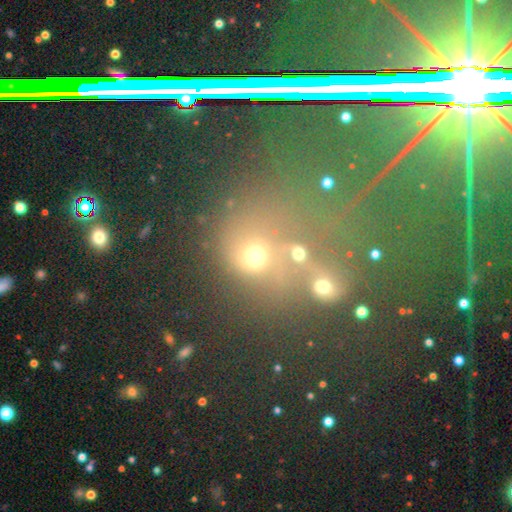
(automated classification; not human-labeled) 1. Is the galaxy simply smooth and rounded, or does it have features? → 59% smooth, 25% star or artifact, 15% featured or disk.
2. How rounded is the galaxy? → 70% round, 29% in between, 2% cigar-shaped.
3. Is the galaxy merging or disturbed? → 43% merger, 37% none, 10% minor disturbance, 10% major disturbance.